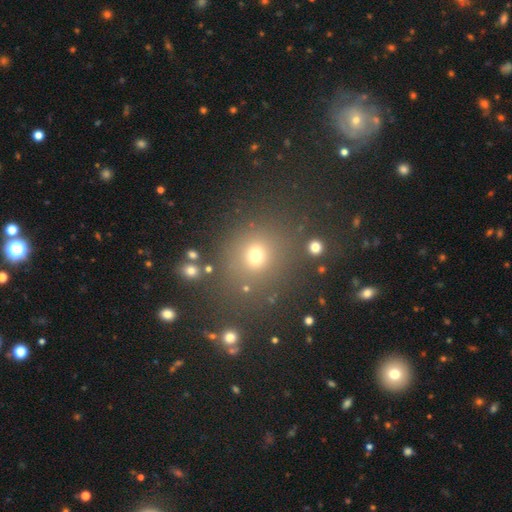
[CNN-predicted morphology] Smooth or featured?
  - smooth: 68% *
  - star or artifact: 24%
  - featured or disk: 9%
How rounded?
  - round: 77% *
  - in between: 21%
  - cigar-shaped: 1%
Merging?
  - none: 79% *
  - minor disturbance: 10%
  - major disturbance: 5%
  - merger: 5%